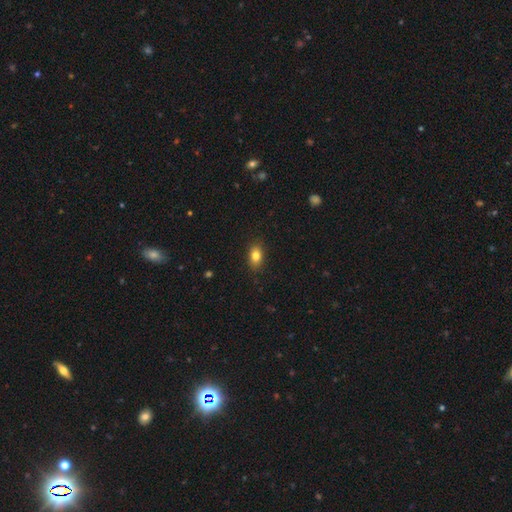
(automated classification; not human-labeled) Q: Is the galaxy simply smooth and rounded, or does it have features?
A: smooth — 82%.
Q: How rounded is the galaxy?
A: in between — 79%.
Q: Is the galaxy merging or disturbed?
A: none — 87%.